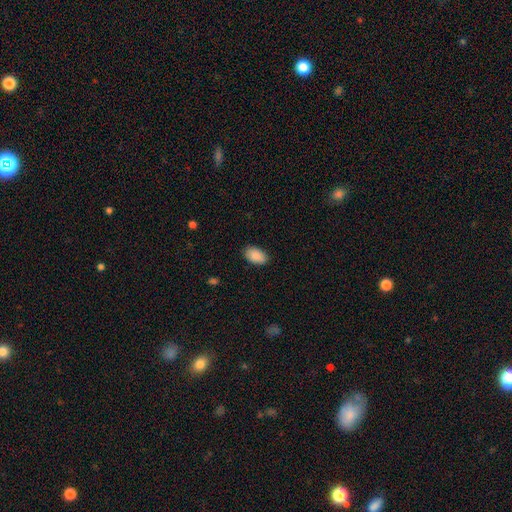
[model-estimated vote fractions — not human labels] Smooth or featured? Predicted: smooth (p=0.90). How rounded? Predicted: in between (p=0.93). Merging? Predicted: none (p=0.86).